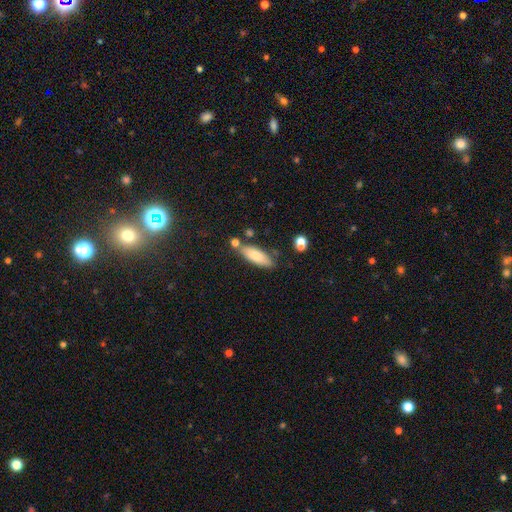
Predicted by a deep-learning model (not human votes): Smooth or featured: smooth — 78% (featured or disk — 16%)
How rounded: in between — 62% (cigar-shaped — 36%)
Merging: none — 73% (minor disturbance — 15%)